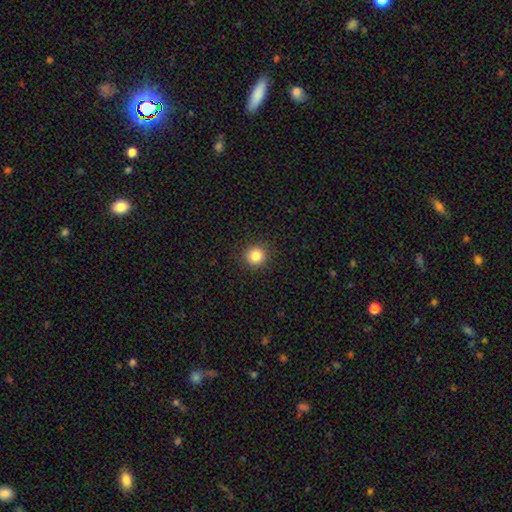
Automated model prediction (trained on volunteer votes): smooth-or-featured: smooth: 84% | star or artifact: 12% | featured or disk: 5%
  how-rounded: round: 94% | in between: 6% | cigar-shaped: 1%
  merging: none: 92% | minor disturbance: 6% | major disturbance: 2% | merger: 1%